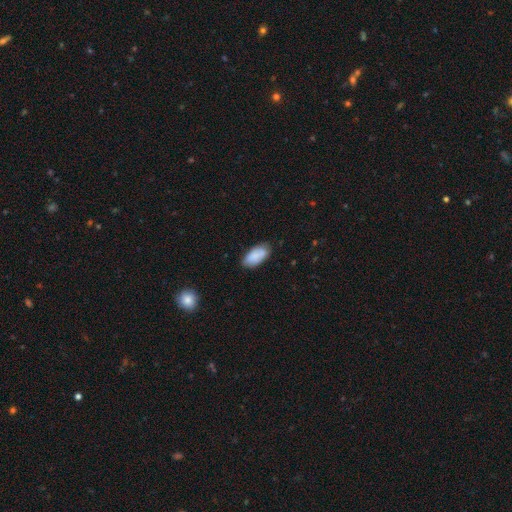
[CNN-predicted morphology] This is clearly a smooth galaxy (85%). How rounded: clearly in between (94%). Merging: likely none (76%).